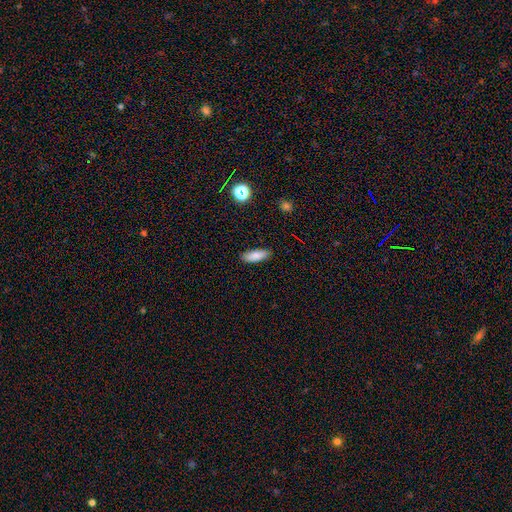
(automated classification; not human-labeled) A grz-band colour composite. It shows a smooth galaxy with no disk features (82%) that is in between round and cigar-shaped (64%). Merging: none (88%).